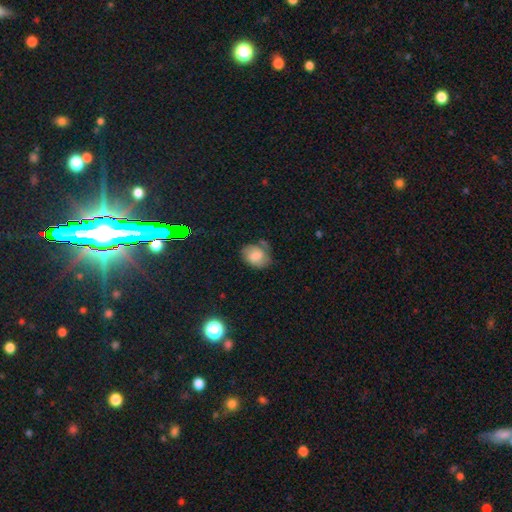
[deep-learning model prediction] Q: Smooth or featured?
A: smooth (64%); runner-up: featured or disk (26%)
Q: How rounded?
A: in between (63%); runner-up: round (36%)
Q: Merging?
A: none (54%); runner-up: minor disturbance (30%)